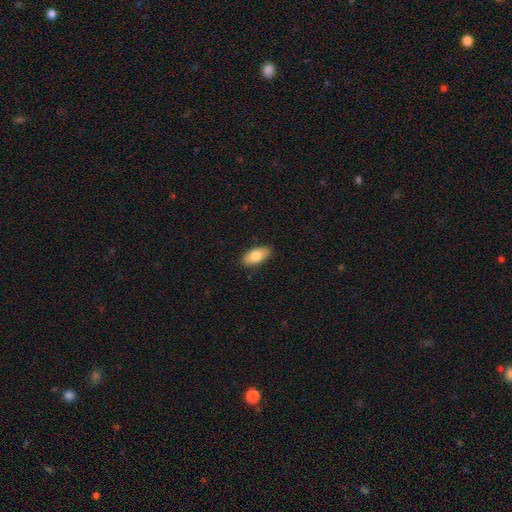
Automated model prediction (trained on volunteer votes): A smooth galaxy with no disk features (79%) that is in between round and cigar-shaped (91%).

Vote fractions:
- Smooth or featured? smooth: 79% / featured or disk: 15% / star or artifact: 6%
- How rounded? in between: 91% / cigar-shaped: 5% / round: 3%
- Merging? none: 88% / minor disturbance: 10% / major disturbance: 2% / merger: 1%